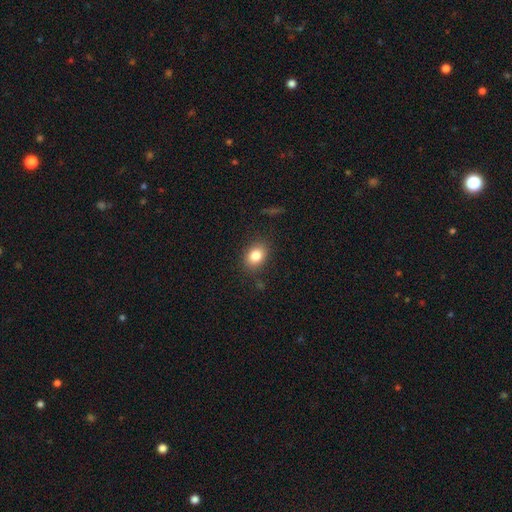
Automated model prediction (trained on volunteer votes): This appears to be a smooth galaxy with no disk features (83%) that is in between round and cigar-shaped (63%). Merging: none (85%).